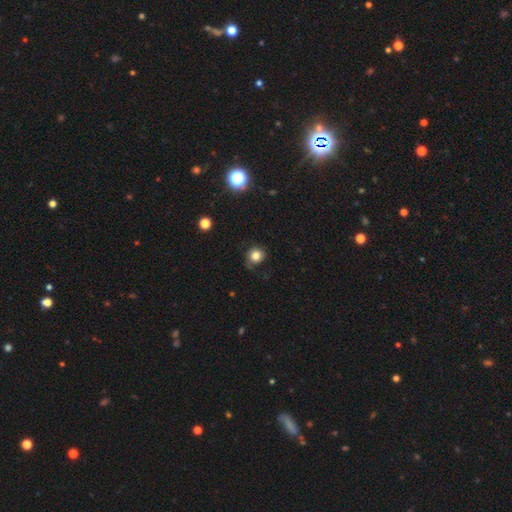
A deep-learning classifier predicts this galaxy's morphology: A smooth galaxy with no disk features (80%) that is round (84%). Merging: none (71%).